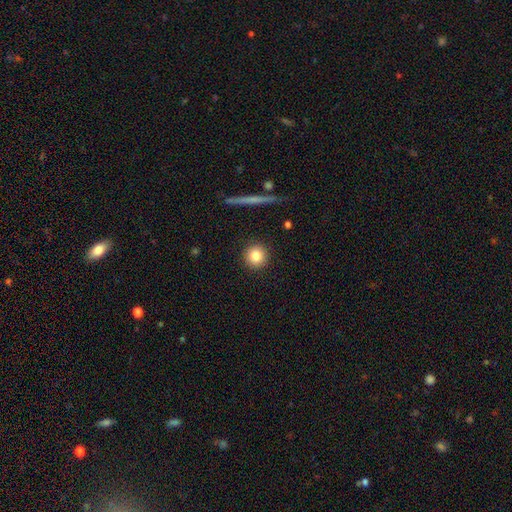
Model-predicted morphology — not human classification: Smooth or featured? Predicted: smooth (p=0.83). How rounded? Predicted: round (p=0.94). Merging? Predicted: none (p=0.91).